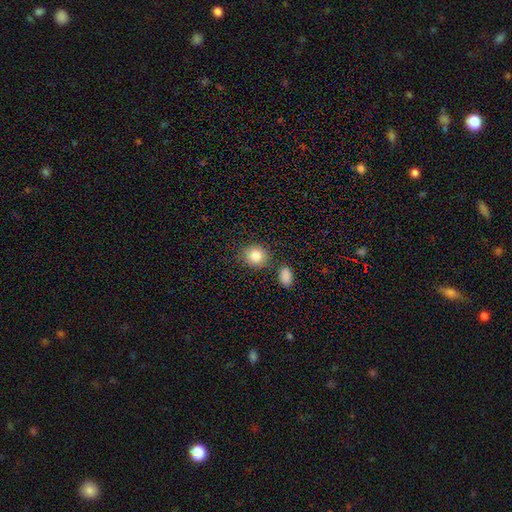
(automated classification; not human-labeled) Smooth or featured? smooth (84%)
How rounded? round (77%)
Merging? none (81%)